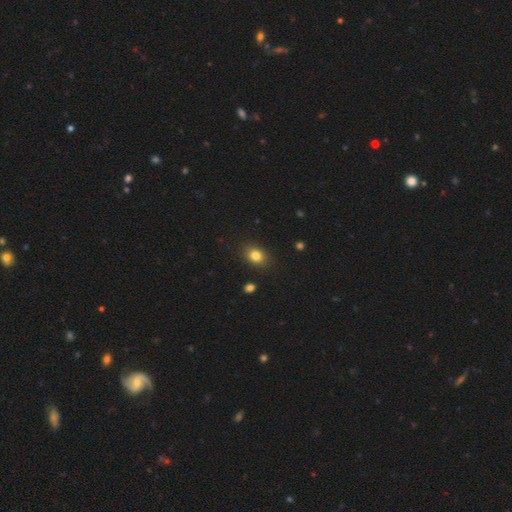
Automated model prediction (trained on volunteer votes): Morphology: type=smooth (82%); roundness=in between (56%); merging=none (87%).